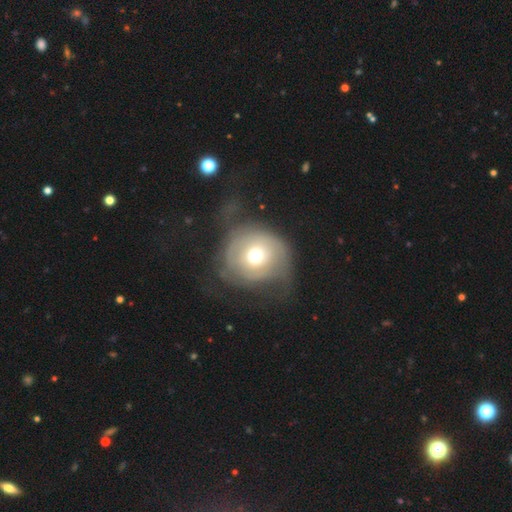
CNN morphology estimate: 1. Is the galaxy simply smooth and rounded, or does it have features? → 46% smooth, 45% featured or disk, 9% star or artifact.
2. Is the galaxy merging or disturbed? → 38% none, 35% major disturbance, 24% minor disturbance, 2% merger.